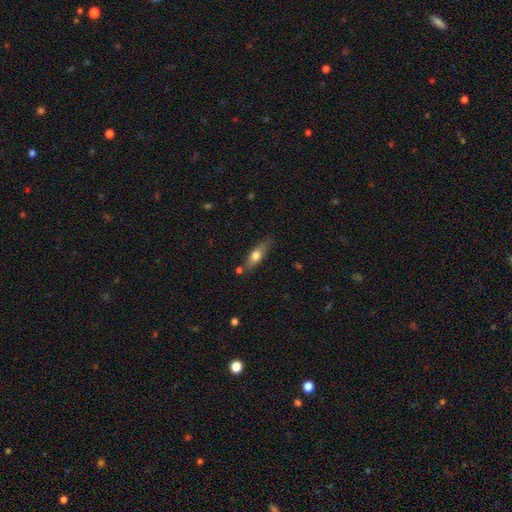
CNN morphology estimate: A smooth galaxy with no disk features (64%) that is in between round and cigar-shaped (52%). Merging: none (70%).